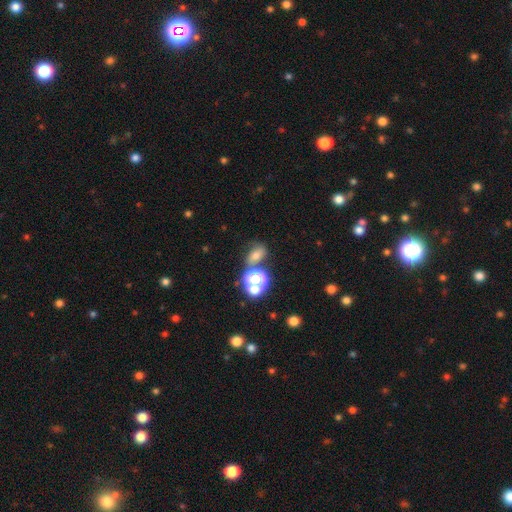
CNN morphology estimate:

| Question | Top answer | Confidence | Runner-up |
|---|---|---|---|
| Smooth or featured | smooth | 56% | star or artifact (27%) |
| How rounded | in between | 60% | round (37%) |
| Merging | none | 56% | merger (22%) |